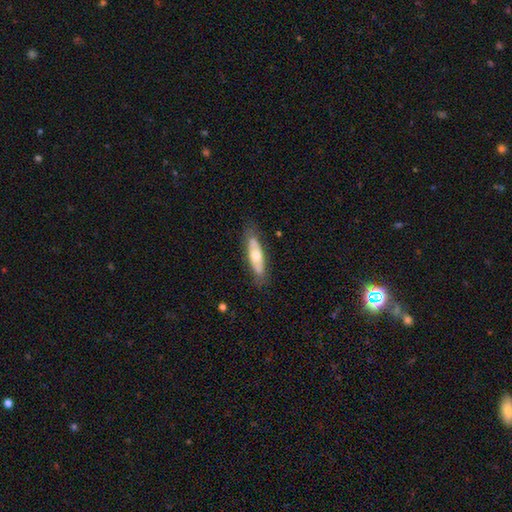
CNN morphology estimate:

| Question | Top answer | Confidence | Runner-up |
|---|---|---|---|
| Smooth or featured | smooth | 48% | featured or disk (46%) |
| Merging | none | 78% | minor disturbance (16%) |